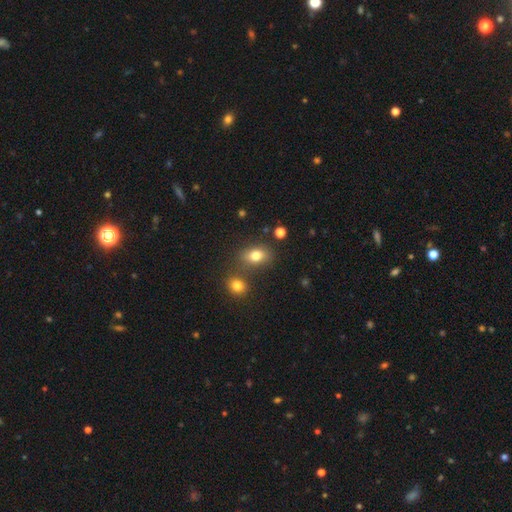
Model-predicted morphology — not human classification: Smooth or featured: smooth — 79% (star or artifact — 12%)
How rounded: in between — 72% (round — 26%)
Merging: none — 68% (merger — 14%)